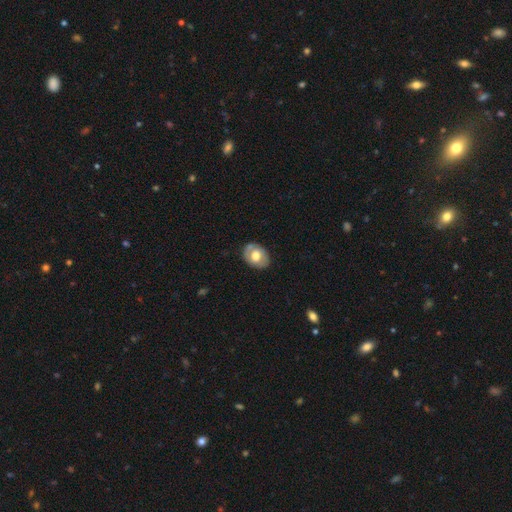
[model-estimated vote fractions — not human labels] This appears to be a smooth galaxy with no disk features (55%) that is in between round and cigar-shaped (65%). Merging: none (80%).